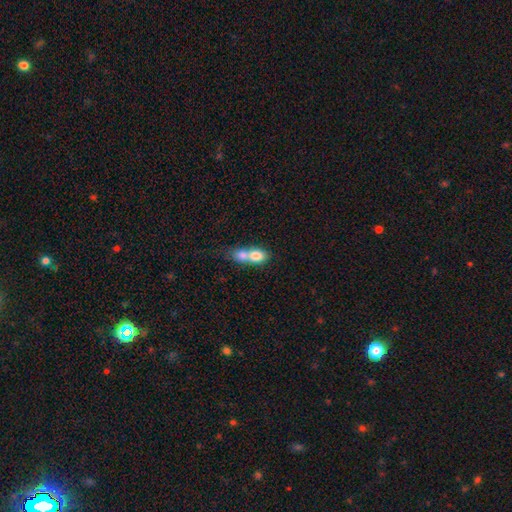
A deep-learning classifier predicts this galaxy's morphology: Smooth or featured?
  - smooth: 74% *
  - featured or disk: 18%
  - star or artifact: 8%
How rounded?
  - in between: 60% *
  - round: 35%
  - cigar-shaped: 5%
Merging?
  - merger: 76% *
  - none: 15%
  - minor disturbance: 5%
  - major disturbance: 3%